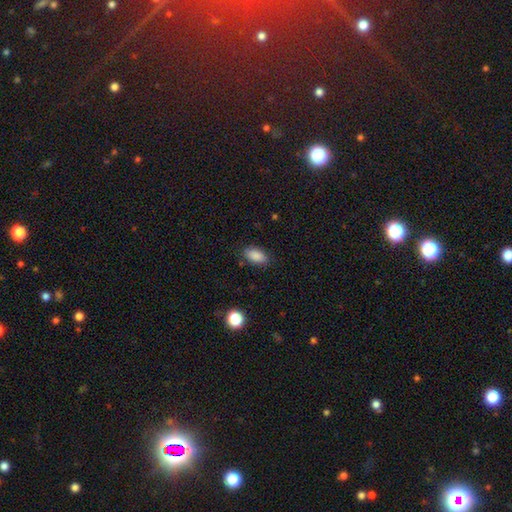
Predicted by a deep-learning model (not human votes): A smooth galaxy with no disk features (87%) that is in between round and cigar-shaped (92%). Merging: none (84%).